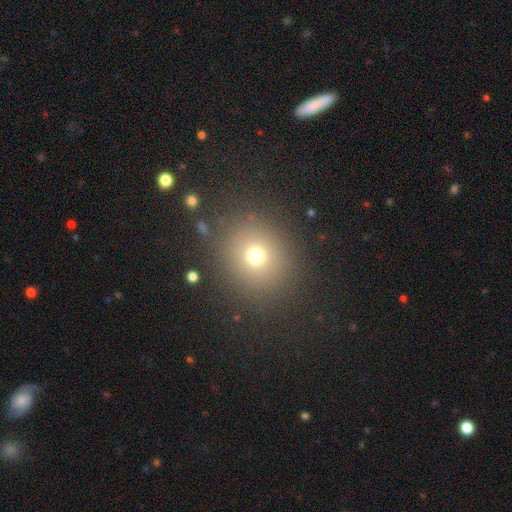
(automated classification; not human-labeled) Smooth or featured? smooth (70%)
How rounded? round (81%)
Merging? none (84%)